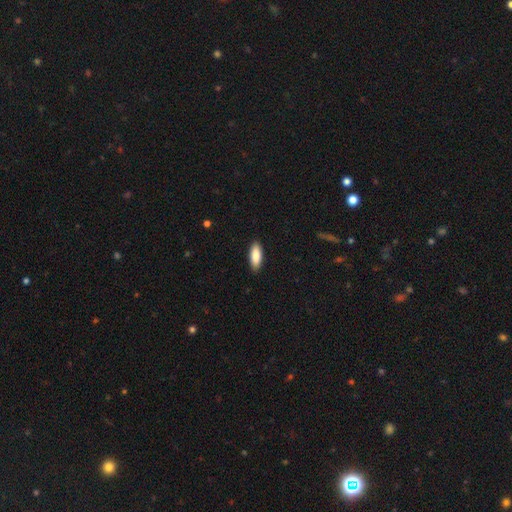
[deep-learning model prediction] smooth_or_featured: smooth (p=0.88) [alt: featured or disk p=0.07]
how_rounded: in between (p=0.74) [alt: cigar-shaped p=0.24]
merging: none (p=0.89) [alt: minor disturbance p=0.08]